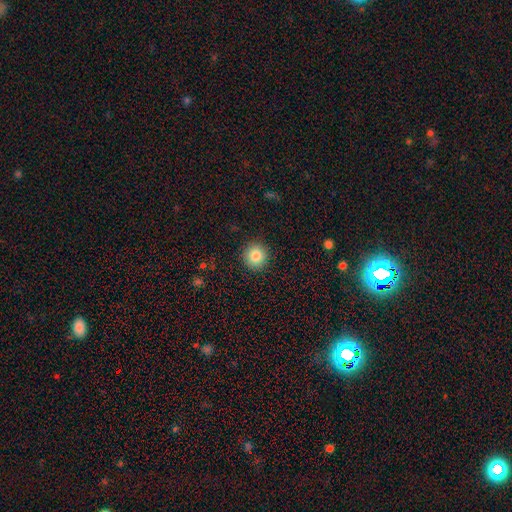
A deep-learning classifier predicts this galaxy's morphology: Smooth or featured: smooth — 84% (star or artifact — 10%)
How rounded: round — 94% (in between — 5%)
Merging: none — 91% (minor disturbance — 6%)